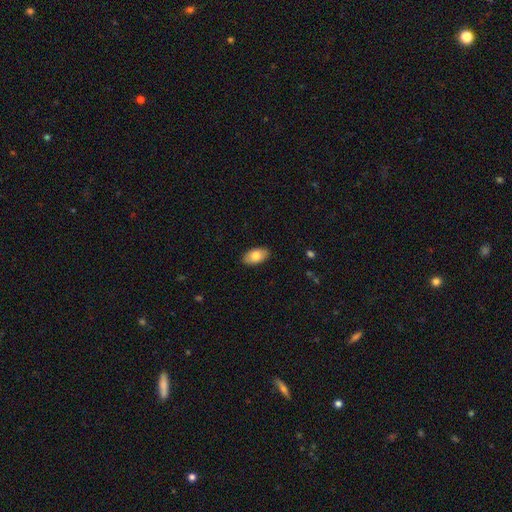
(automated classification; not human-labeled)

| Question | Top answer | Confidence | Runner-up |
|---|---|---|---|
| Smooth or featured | smooth | 82% | featured or disk (12%) |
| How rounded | in between | 94% | round (4%) |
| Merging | none | 88% | minor disturbance (9%) |